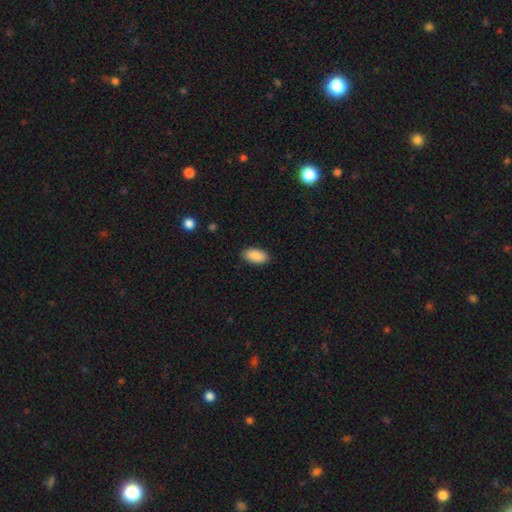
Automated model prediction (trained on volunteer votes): smooth 90%, star or artifact 6%, featured or disk 3%. Down the decision tree: how rounded — in between (94%); merging — none (89%).